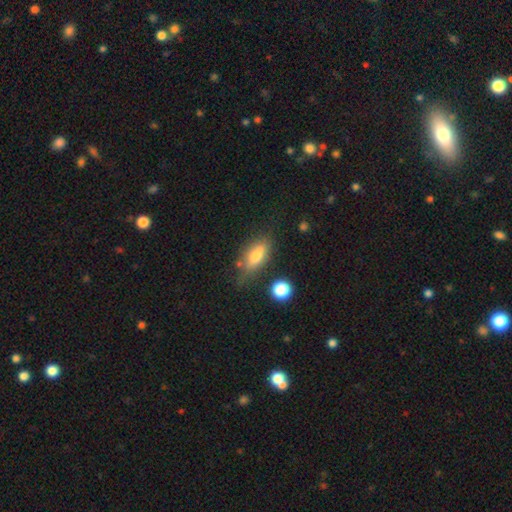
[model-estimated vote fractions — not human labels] Smooth or featured?
  - smooth: 64% *
  - featured or disk: 27%
  - star or artifact: 9%
How rounded?
  - in between: 74% *
  - cigar-shaped: 21%
  - round: 5%
Merging?
  - none: 64% *
  - minor disturbance: 23%
  - major disturbance: 8%
  - merger: 6%